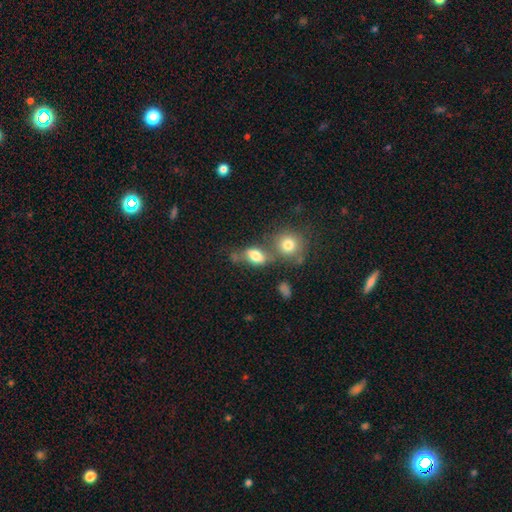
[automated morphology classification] smooth-or-featured: smooth: 75% | featured or disk: 14% | star or artifact: 10%
  how-rounded: in between: 77% | round: 18% | cigar-shaped: 4%
  merging: none: 42% | merger: 31% | minor disturbance: 17% | major disturbance: 10%